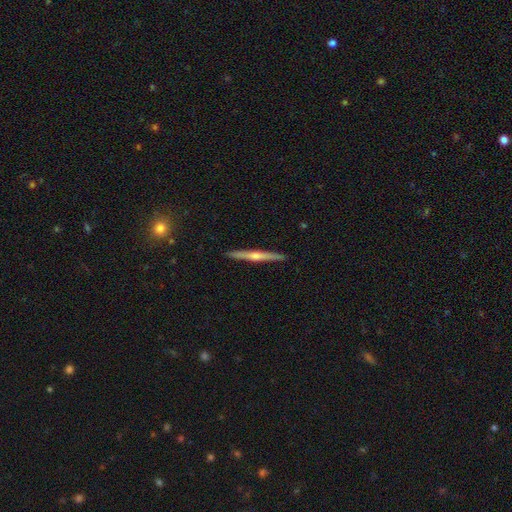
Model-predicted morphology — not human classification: Smooth or featured? Predicted: featured or disk (p=0.68). Edge-on disk? Predicted: yes (p=0.98). Edge-on bulge? Predicted: rounded (p=0.76). Merging? Predicted: none (p=0.92).